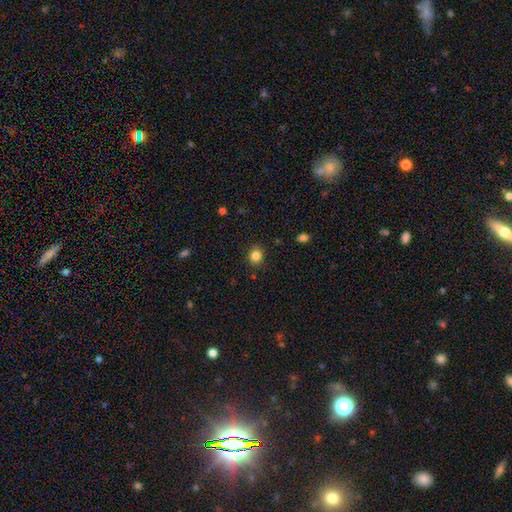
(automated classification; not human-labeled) A smooth galaxy with no disk features (84%) that is round (82%). Merging: none (88%).